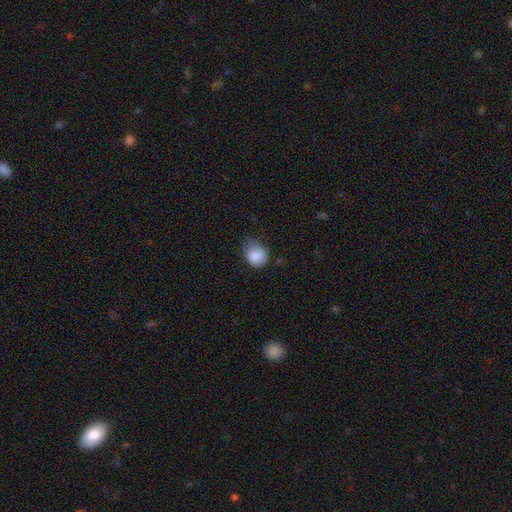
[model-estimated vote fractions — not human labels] smooth_or_featured: smooth (p=0.87) [alt: star or artifact p=0.09]
how_rounded: round (p=0.64) [alt: in between p=0.35]
merging: none (p=0.53) [alt: minor disturbance p=0.37]